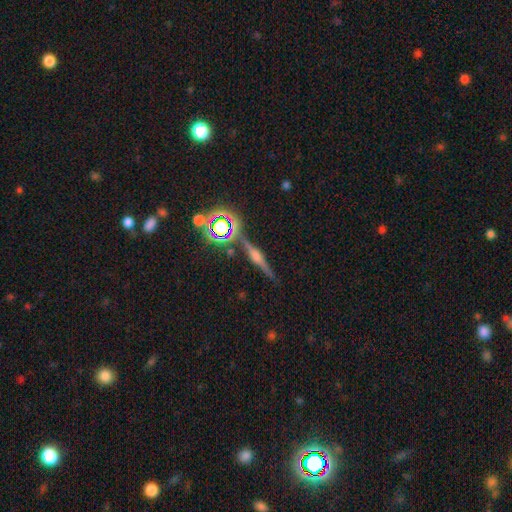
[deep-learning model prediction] featured or disk 70%, star or artifact 16%, smooth 14%. Down the decision tree: edge-on disk — yes (96%); edge-on bulge — rounded (84%); merging — none (87%).